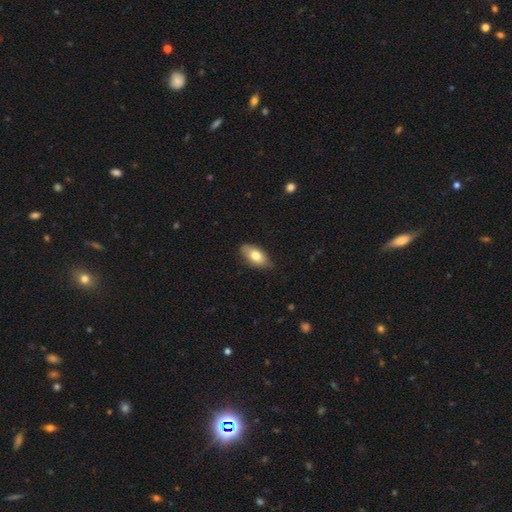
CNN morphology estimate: The model was most divided on "smooth or featured": smooth: 76%, featured or disk: 17%, star or artifact: 7%. More confident: how rounded — in between (90%); merging — none (79%).